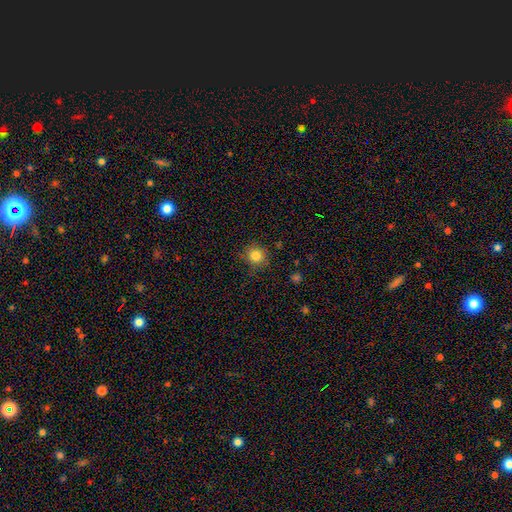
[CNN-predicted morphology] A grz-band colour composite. It shows a smooth galaxy with no disk features (83%) that is round (92%). Merging: none (86%).